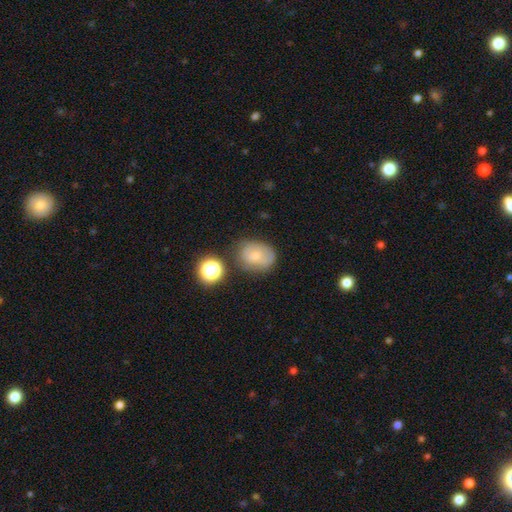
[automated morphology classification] The model was most divided on "how rounded": in between: 61%, round: 38%, cigar-shaped: 1%. More confident: smooth or featured — smooth (62%); merging — none (57%).